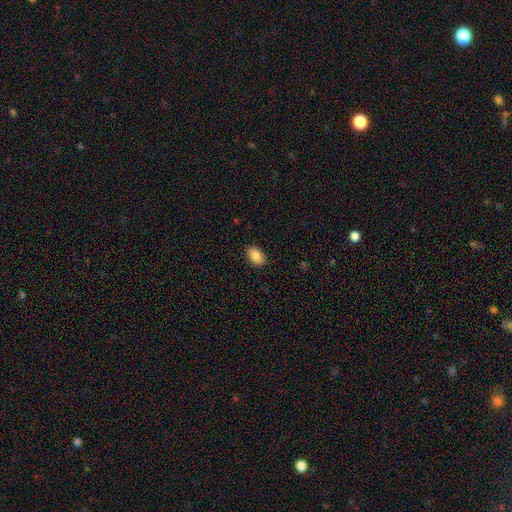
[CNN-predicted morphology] Smooth or featured?
  - smooth: 88% *
  - star or artifact: 8%
  - featured or disk: 4%
How rounded?
  - in between: 89% *
  - round: 10%
  - cigar-shaped: 1%
Merging?
  - none: 88% *
  - minor disturbance: 9%
  - major disturbance: 2%
  - merger: 1%